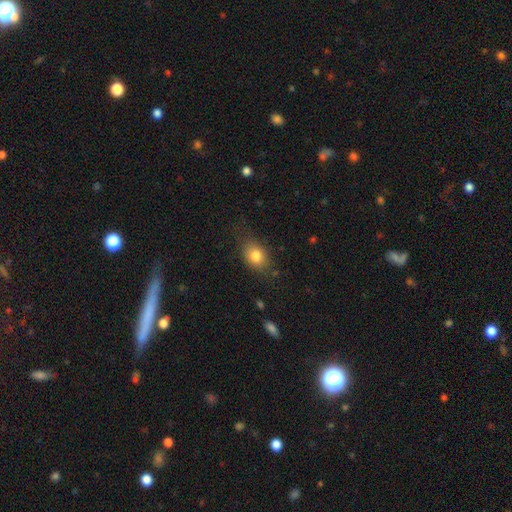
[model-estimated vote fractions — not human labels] smooth-or-featured: smooth: 80% | featured or disk: 10% | star or artifact: 9%
  how-rounded: in between: 68% | round: 30% | cigar-shaped: 2%
  merging: none: 71% | minor disturbance: 21% | major disturbance: 7% | merger: 2%